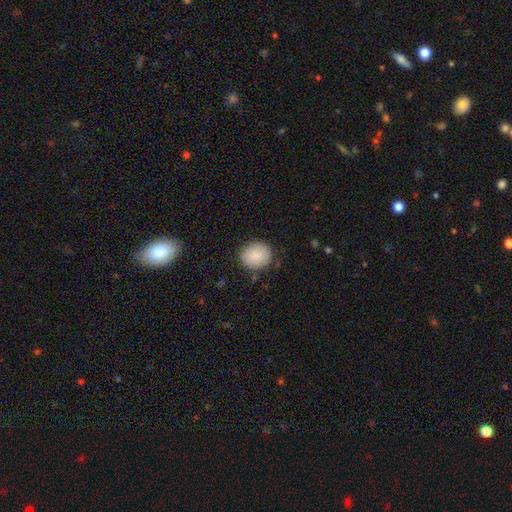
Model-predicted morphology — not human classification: type=smooth (87%); roundness=round (62%); merging=none (84%).